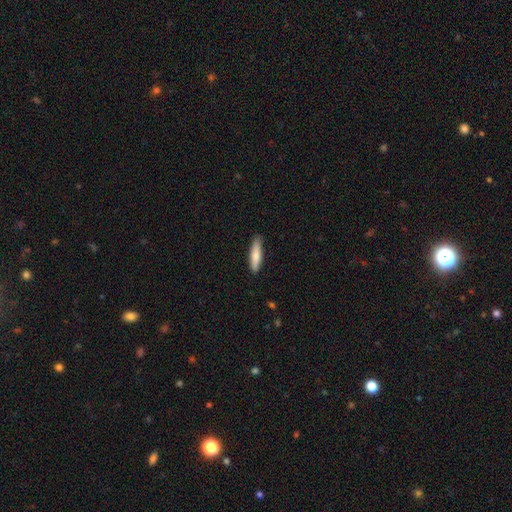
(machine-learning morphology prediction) Smooth or featured: smooth — 78% (featured or disk — 16%)
How rounded: cigar-shaped — 74% (in between — 25%)
Merging: none — 88% (minor disturbance — 10%)